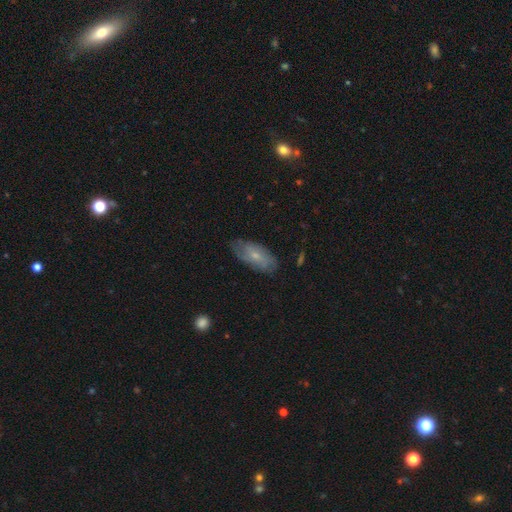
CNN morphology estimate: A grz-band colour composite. It shows a smooth galaxy with no disk features (50%). Merging: none (72%).